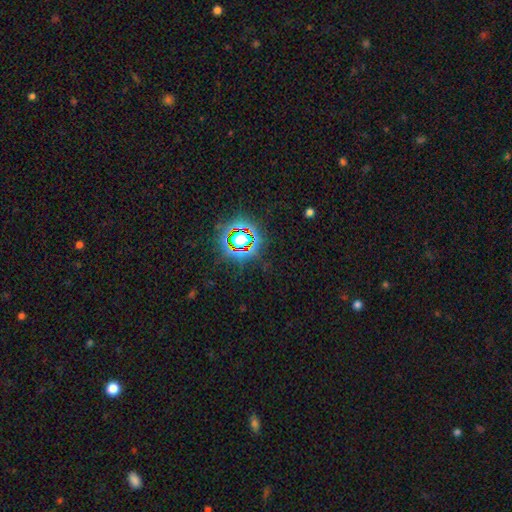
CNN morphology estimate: smooth_or_featured: star or artifact (p=0.79) [alt: smooth p=0.13]